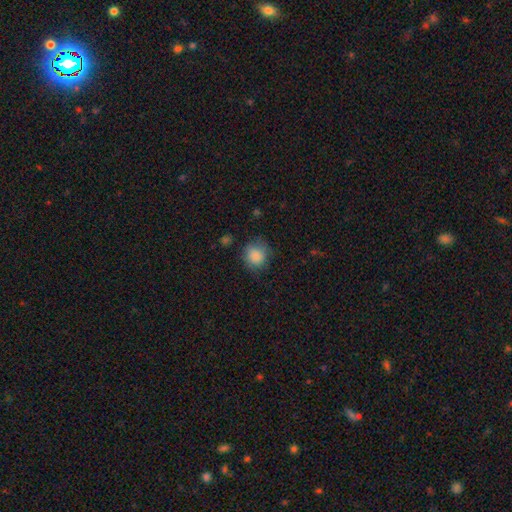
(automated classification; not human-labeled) A smooth galaxy with no disk features (86%) that is round (81%). Merging: none (73%).